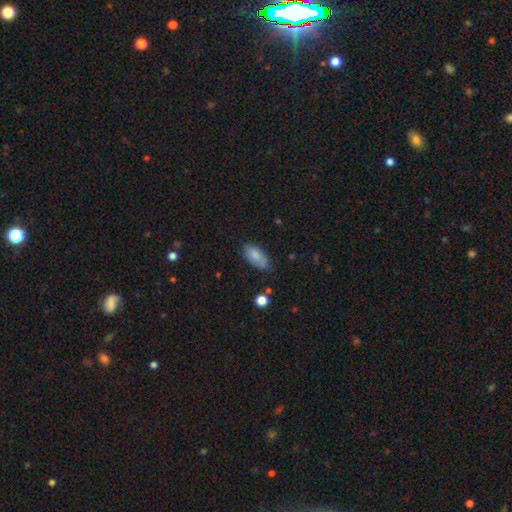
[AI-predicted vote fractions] Smooth or featured: smooth — 81% (featured or disk — 11%)
How rounded: in between — 91% (cigar-shaped — 5%)
Merging: none — 61% (minor disturbance — 30%)